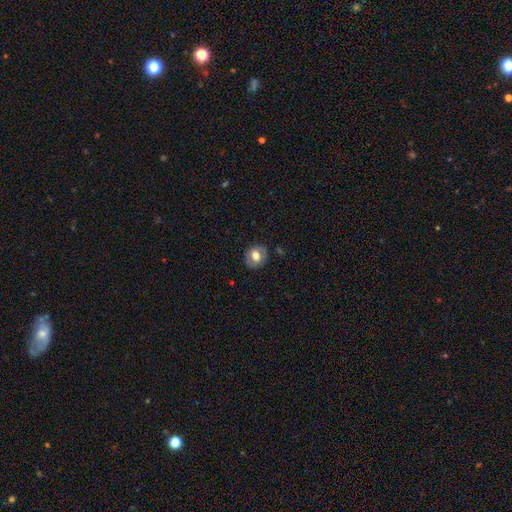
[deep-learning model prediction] Overall: smooth (69%). How rounded: round (65%; in between 34%). Merging: none (84%).